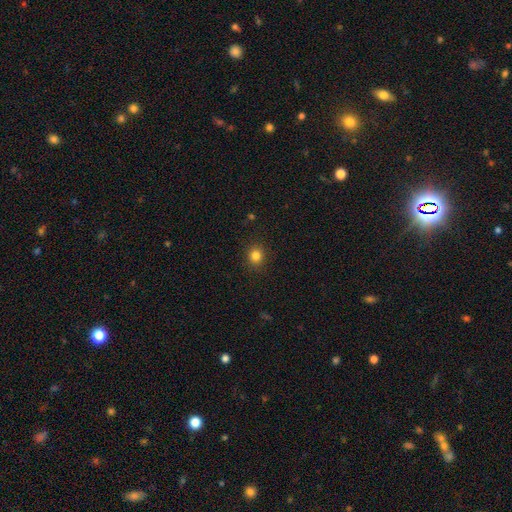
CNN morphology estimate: smooth 83%, star or artifact 13%, featured or disk 5%. Down the decision tree: how rounded — round (85%); merging — none (90%).